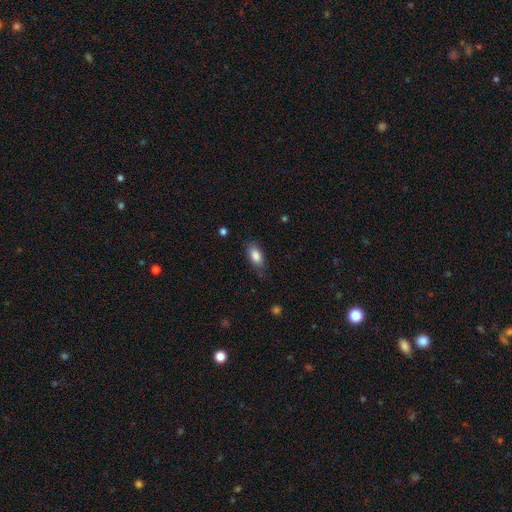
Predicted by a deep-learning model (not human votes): smooth 85%, featured or disk 8%, star or artifact 7%. Down the decision tree: how rounded — in between (89%); merging — none (77%).